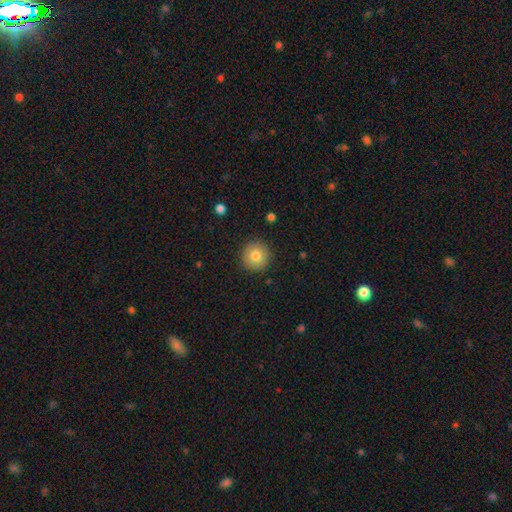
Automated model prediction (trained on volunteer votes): Q: Smooth or featured?
A: smooth (79%); runner-up: featured or disk (13%)
Q: How rounded?
A: round (95%); runner-up: in between (4%)
Q: Merging?
A: none (91%); runner-up: minor disturbance (6%)